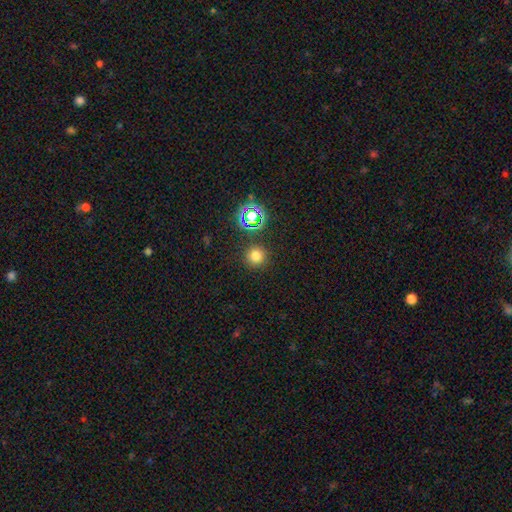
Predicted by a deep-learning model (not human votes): A smooth galaxy with no disk features (73%) that is round (95%). Merging: none (89%).